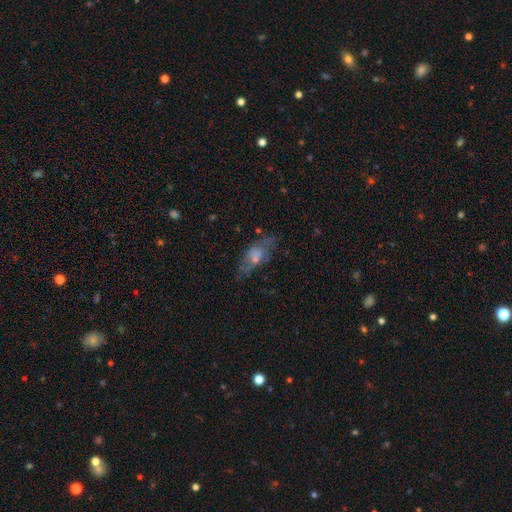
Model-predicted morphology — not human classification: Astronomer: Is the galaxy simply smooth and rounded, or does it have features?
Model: smooth — 51% (runner-up: featured or disk, 39%).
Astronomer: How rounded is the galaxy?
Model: in between — 75%.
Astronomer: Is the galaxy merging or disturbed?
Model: none — 51%.